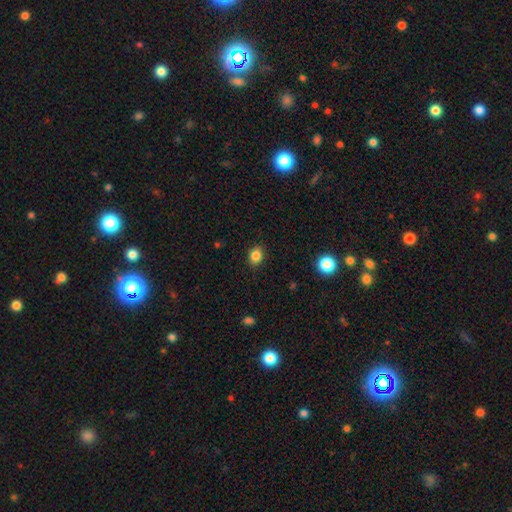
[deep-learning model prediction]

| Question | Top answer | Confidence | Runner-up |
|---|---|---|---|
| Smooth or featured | smooth | 84% | star or artifact (11%) |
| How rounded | round | 53% | in between (46%) |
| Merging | none | 88% | minor disturbance (9%) |